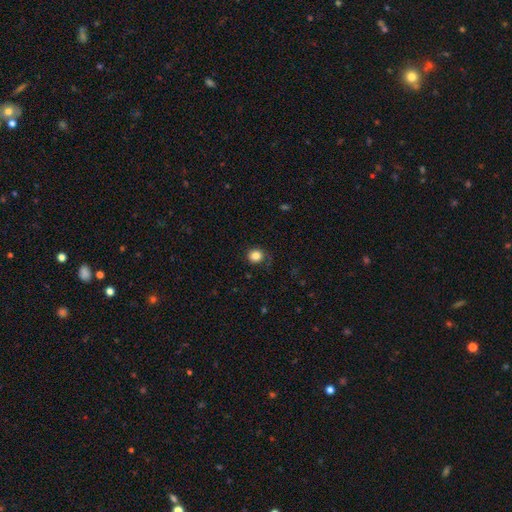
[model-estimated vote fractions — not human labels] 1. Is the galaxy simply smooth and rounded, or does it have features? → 83% smooth, 10% star or artifact, 7% featured or disk.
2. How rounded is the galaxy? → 83% round, 16% in between, 1% cigar-shaped.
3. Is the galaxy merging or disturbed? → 74% none, 17% minor disturbance, 8% major disturbance, 1% merger.